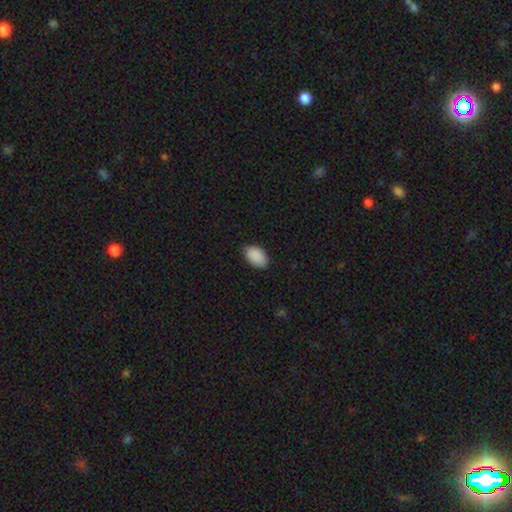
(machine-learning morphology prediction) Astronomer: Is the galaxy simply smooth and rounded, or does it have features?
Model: smooth — 91%.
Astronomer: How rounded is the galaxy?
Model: in between — 93%.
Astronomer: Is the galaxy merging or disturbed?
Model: none — 85%.